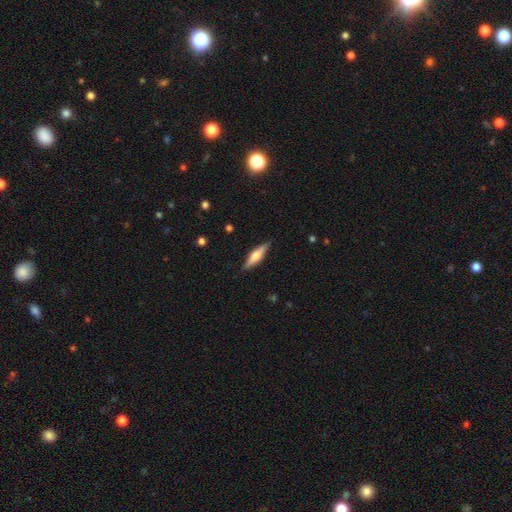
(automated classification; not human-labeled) Q: Smooth or featured?
A: featured or disk (50%); runner-up: smooth (44%)
Q: Edge-on disk?
A: yes (95%); runner-up: no (5%)
Q: Merging?
A: none (88%); runner-up: minor disturbance (9%)